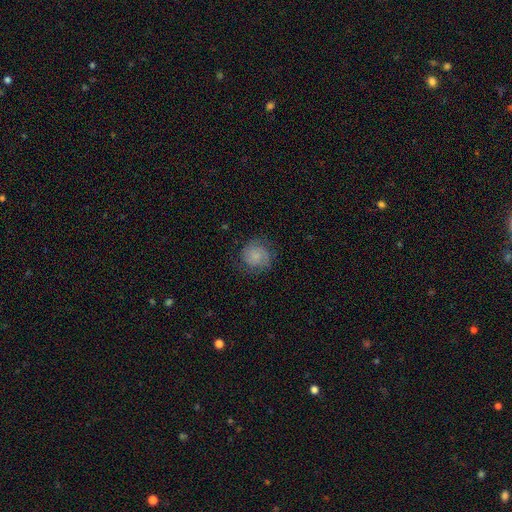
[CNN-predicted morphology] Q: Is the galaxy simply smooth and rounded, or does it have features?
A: smooth — 59%.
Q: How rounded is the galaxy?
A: round — 87%.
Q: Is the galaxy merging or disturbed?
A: none — 75%.